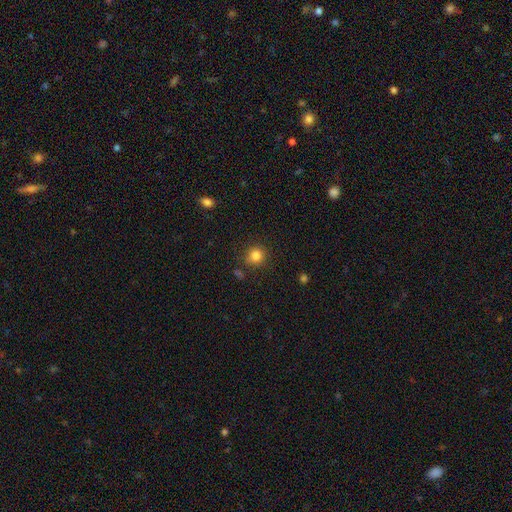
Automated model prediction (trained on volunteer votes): This is clearly a smooth galaxy (83%). How rounded: clearly round (89%). Merging: clearly none (84%).